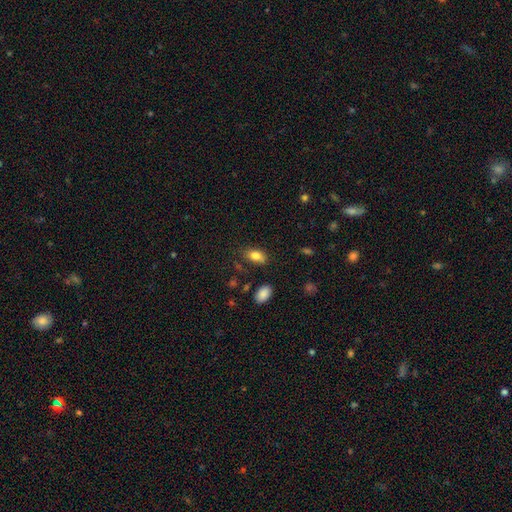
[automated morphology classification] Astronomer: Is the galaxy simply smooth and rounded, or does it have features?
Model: smooth — 82%.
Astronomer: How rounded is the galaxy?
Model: in between — 89%.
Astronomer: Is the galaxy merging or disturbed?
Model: none — 75%.